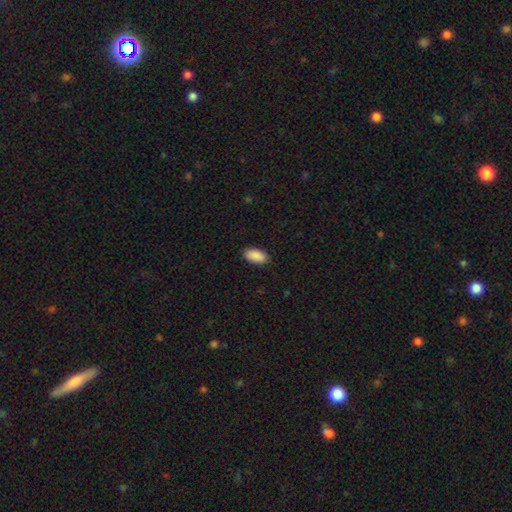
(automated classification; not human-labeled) smooth_or_featured: smooth (p=0.91) [alt: star or artifact p=0.06]
how_rounded: in between (p=0.94) [alt: cigar-shaped p=0.03]
merging: none (p=0.89) [alt: minor disturbance p=0.08]